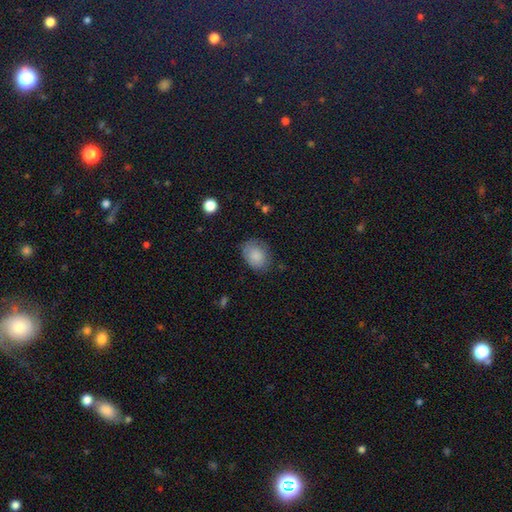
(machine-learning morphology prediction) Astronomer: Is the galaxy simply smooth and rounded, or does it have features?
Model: smooth — 84%.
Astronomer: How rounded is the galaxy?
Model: in between — 70%.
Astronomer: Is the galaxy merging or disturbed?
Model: none — 71%.